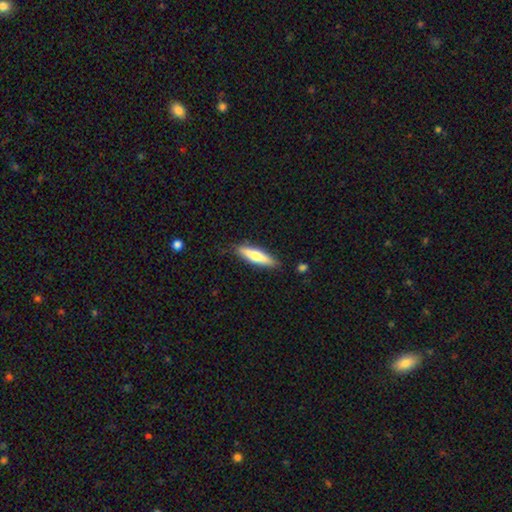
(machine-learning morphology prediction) type=smooth (61%); roundness=cigar-shaped (74%); merging=none (84%).